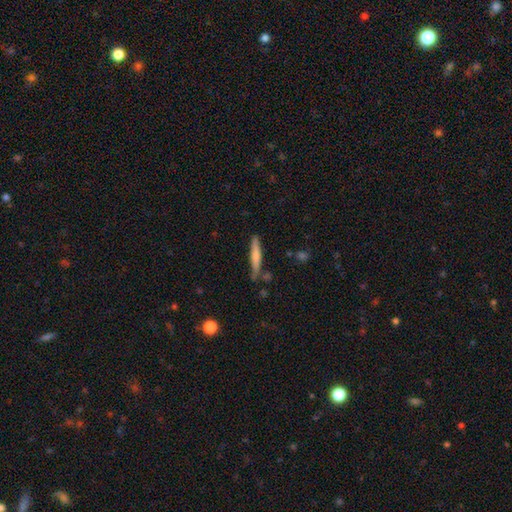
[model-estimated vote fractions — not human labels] Smooth or featured?
  - smooth: 63% *
  - featured or disk: 31%
  - star or artifact: 6%
How rounded?
  - cigar-shaped: 93% *
  - in between: 5%
  - round: 1%
Merging?
  - none: 78% *
  - minor disturbance: 15%
  - merger: 4%
  - major disturbance: 3%